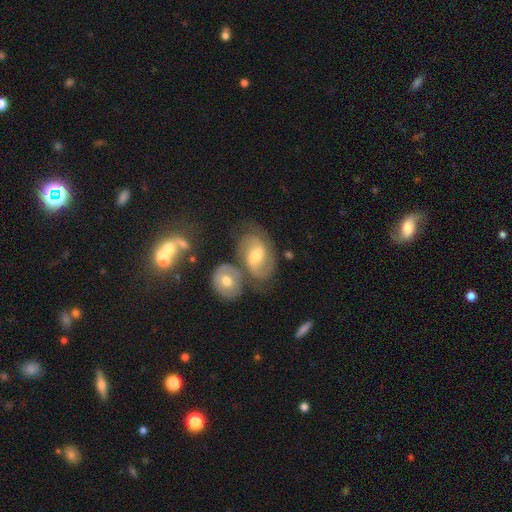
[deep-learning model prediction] The model was most divided on "spiral winding": medium: 50%, loose: 26%, tight: 25%. More confident: edge-on disk — no (96%); spiral arms — yes (89%); spiral arm count — 2 (79%); smooth or featured — featured or disk (72%); bulge size — moderate (67%); merging — none (54%); bar — weak (52%).